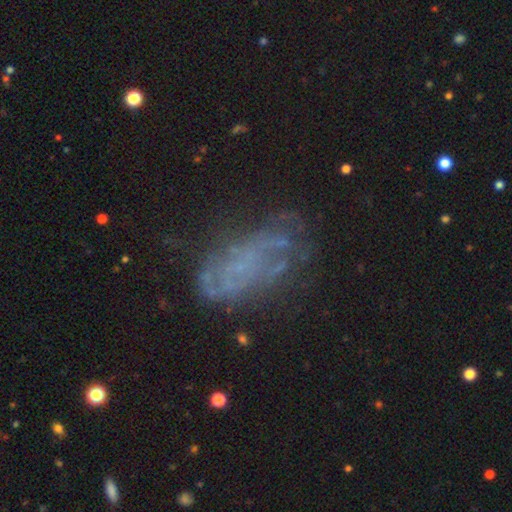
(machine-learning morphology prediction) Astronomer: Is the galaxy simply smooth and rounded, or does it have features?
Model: featured or disk — 54%.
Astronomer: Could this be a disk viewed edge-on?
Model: no — 94%.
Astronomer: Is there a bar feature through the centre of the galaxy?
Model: no — 89%.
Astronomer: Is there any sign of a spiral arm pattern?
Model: no — 72%.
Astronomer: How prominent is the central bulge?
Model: none — 82%.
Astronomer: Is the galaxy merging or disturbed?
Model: none — 59%.